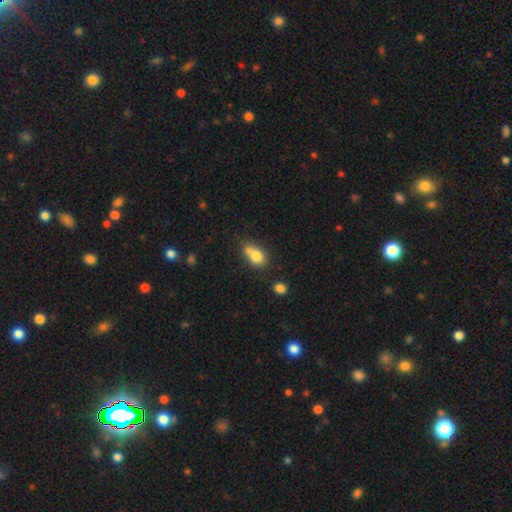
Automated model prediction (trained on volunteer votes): Smooth or featured? Predicted: smooth (p=0.76). How rounded? Predicted: in between (p=0.56). Merging? Predicted: merger (p=0.45).